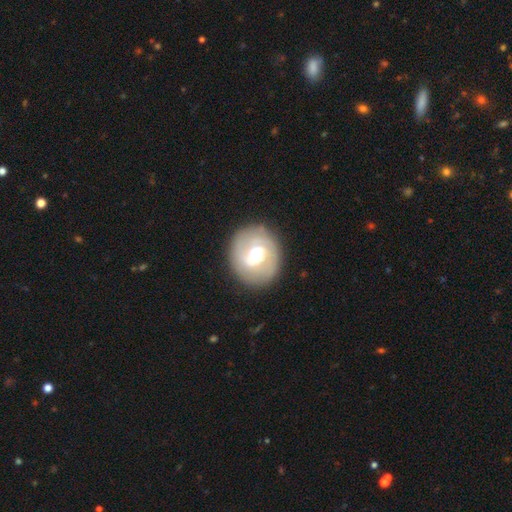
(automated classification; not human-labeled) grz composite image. It shows a featured or disk galaxy (70%) with a weak bar (54%), 2 (68%) medium (40%) spiral arms (85%) and a moderate central bulge (66%). Merging: none (83%).